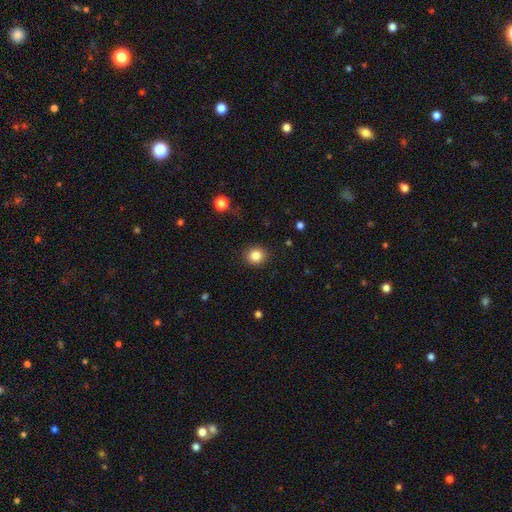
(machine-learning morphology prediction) type=smooth (84%); roundness=round (88%); merging=none (90%).